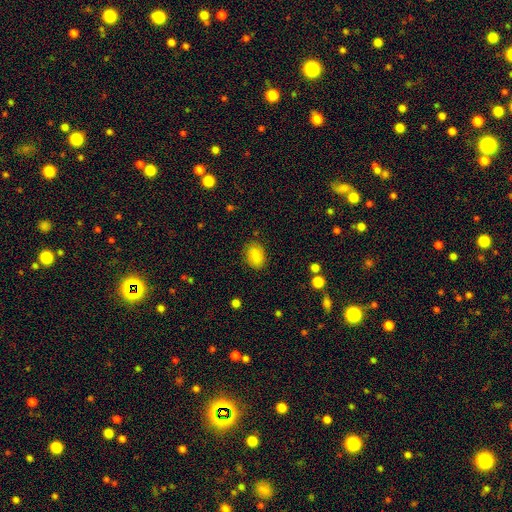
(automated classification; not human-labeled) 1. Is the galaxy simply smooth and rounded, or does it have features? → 87% smooth, 8% star or artifact, 5% featured or disk.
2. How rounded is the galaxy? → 78% in between, 20% round, 1% cigar-shaped.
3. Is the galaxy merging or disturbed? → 85% none, 11% minor disturbance, 3% major disturbance, 1% merger.